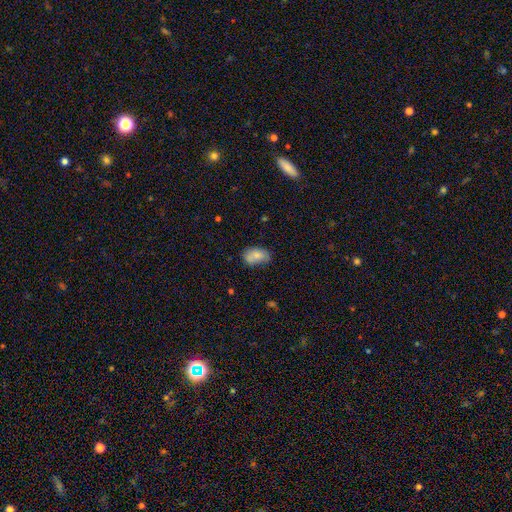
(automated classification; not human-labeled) Overall: smooth (79%). How rounded: in between (90%). Merging: none (60%; minor disturbance 27%).